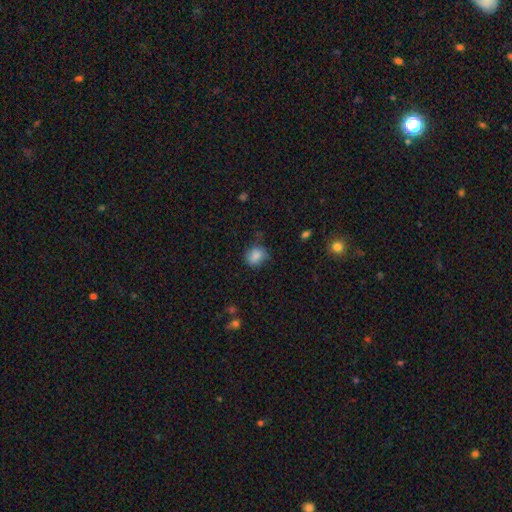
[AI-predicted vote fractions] smooth_or_featured: smooth (p=0.84) [alt: star or artifact p=0.10]
how_rounded: round (p=0.63) [alt: in between p=0.36]
merging: none (p=0.67) [alt: minor disturbance p=0.25]